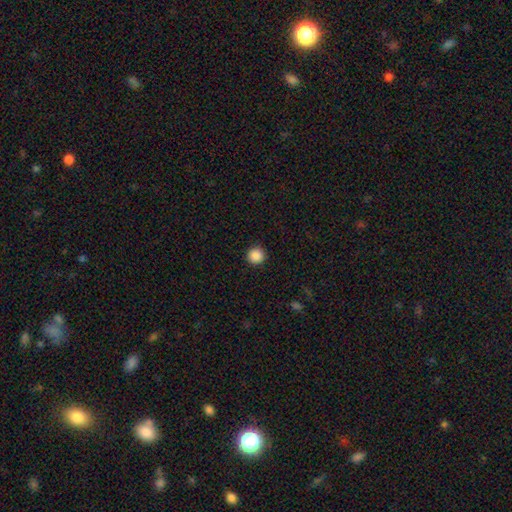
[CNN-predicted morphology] A smooth galaxy with no disk features (88%) that is round (96%). Merging: none (93%).